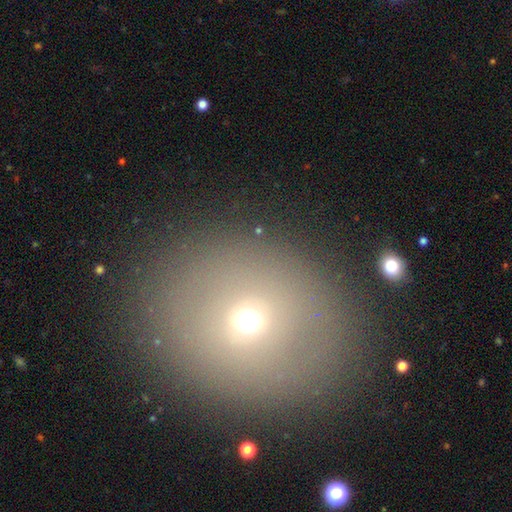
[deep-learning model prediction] This is likely a smooth galaxy (64%). How rounded: likely round (63%). Merging: clearly none (86%).